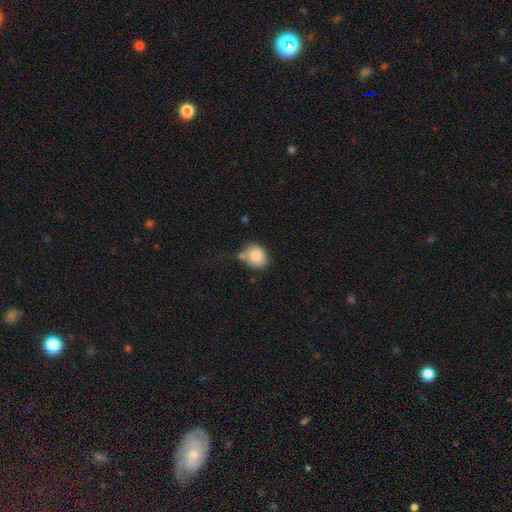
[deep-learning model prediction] Smooth or featured? smooth (83%)
How rounded? round (62%)
Merging? none (58%)